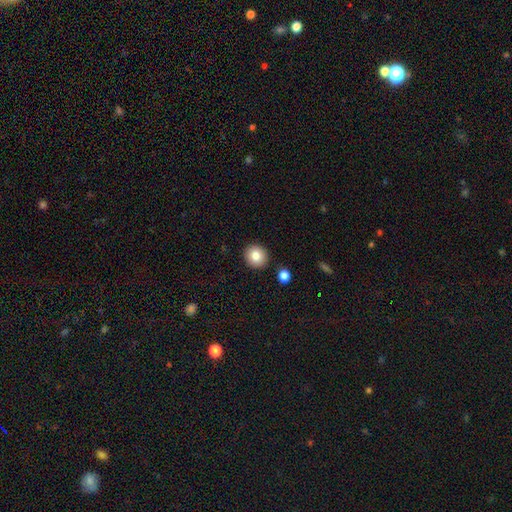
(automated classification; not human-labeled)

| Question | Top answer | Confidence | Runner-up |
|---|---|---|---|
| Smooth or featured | smooth | 84% | star or artifact (9%) |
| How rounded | round | 87% | in between (12%) |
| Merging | none | 90% | minor disturbance (6%) |